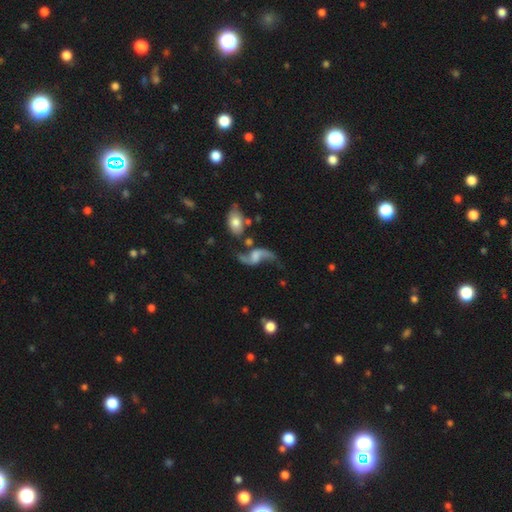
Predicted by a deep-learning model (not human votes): smooth-or-featured: featured or disk: 84% | smooth: 10% | star or artifact: 6%
  disk-edge-on: no: 96% | yes: 4%
    bar: no: 48% | weak: 40% | strong: 12%
    has-spiral-arms: yes: 94% | no: 6%
      spiral-winding: loose: 90% | medium: 8% | tight: 2%
      spiral-arm-count: 2: 92% | 1: 3% | can't tell: 2% | 3: 1% | 4: 1% | more than 4: 1%
    bulge-size: none: 43% | small: 25% | moderate: 21% | large: 9% | dominant: 2%
  merging: none: 56% | minor disturbance: 18% | major disturbance: 13% | merger: 12%